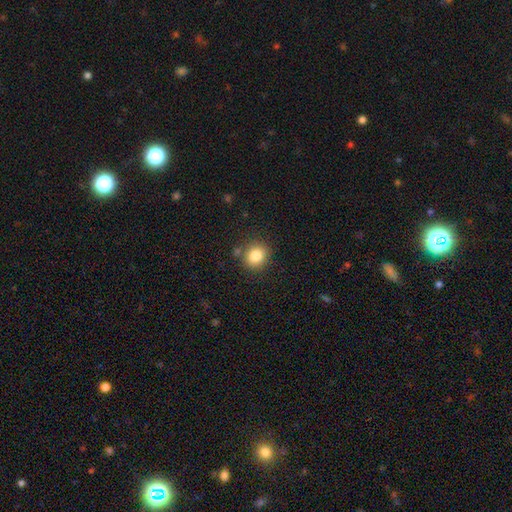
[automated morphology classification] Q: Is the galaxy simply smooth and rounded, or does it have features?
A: smooth — 83%.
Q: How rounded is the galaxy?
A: round — 80%.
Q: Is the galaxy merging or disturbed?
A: none — 83%.